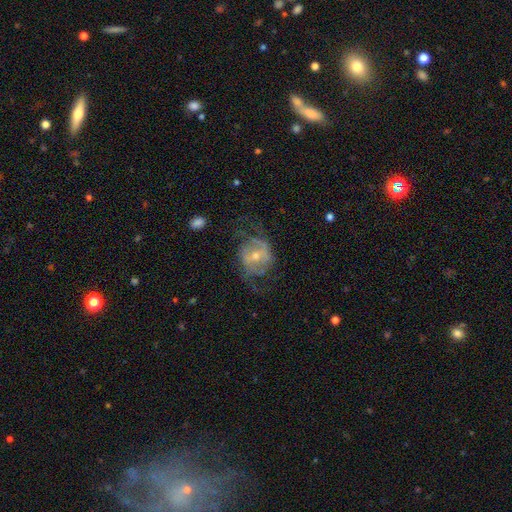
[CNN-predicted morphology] A featured or disk galaxy (76%) with no bar (43%), 2 (66%) medium (44%) spiral arms (82%) and a small central bulge (50%). Merging: none (56%).